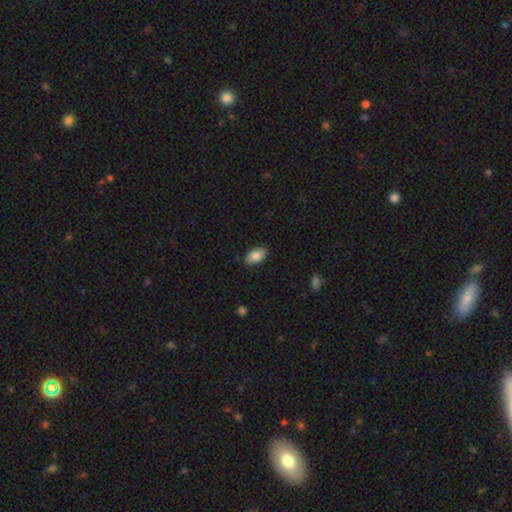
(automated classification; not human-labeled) A smooth galaxy with no disk features (82%) that is in between round and cigar-shaped (92%). Merging: none (86%).